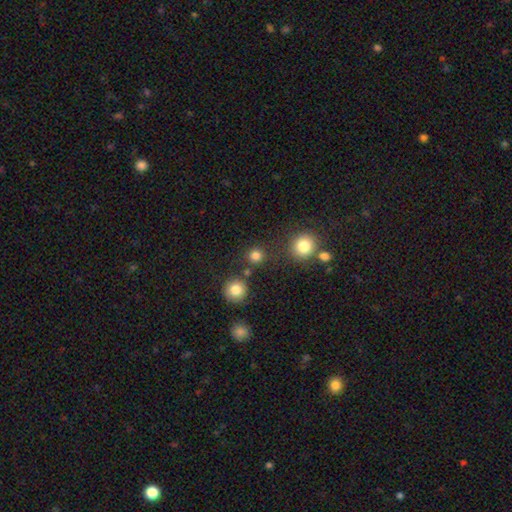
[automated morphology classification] Smooth or featured? Predicted: smooth (p=0.82). How rounded? Predicted: round (p=0.92). Merging? Predicted: none (p=0.83).